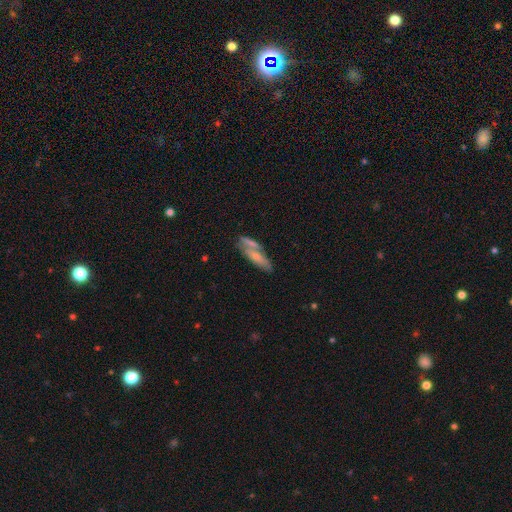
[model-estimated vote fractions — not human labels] Morphology: type=smooth (57%); roundness=cigar-shaped (54%); merging=none (53%).